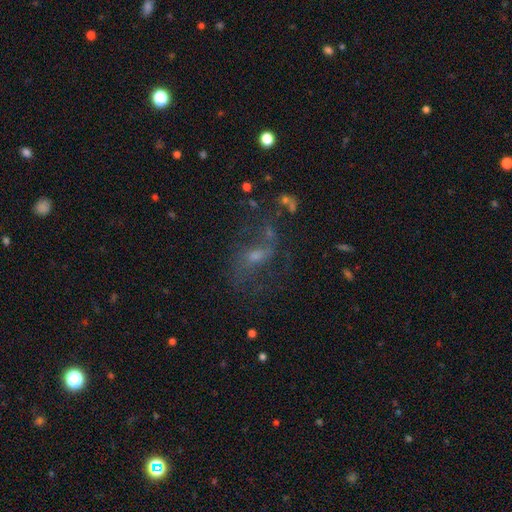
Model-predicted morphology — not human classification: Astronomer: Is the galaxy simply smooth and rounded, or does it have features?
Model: featured or disk — 58%.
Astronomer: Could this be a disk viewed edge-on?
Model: no — 94%.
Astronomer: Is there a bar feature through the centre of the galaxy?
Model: no — 52% (runner-up: weak, 38%).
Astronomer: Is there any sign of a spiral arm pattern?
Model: yes — 67%.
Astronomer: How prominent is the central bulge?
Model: small — 45% (runner-up: moderate, 39%).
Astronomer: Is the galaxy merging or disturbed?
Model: none — 51%.